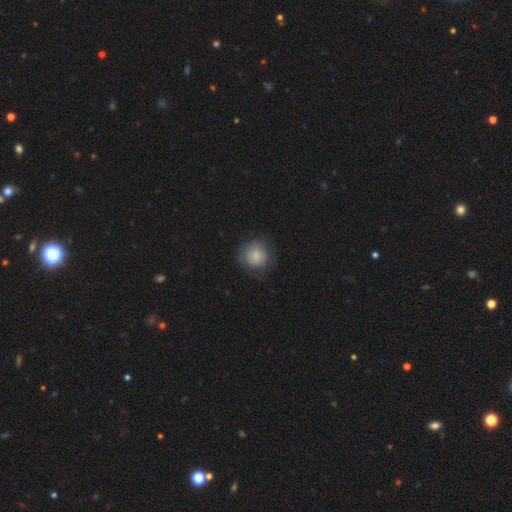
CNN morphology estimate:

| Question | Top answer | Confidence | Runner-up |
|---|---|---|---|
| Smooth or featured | smooth | 81% | featured or disk (11%) |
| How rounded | round | 88% | in between (11%) |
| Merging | none | 78% | minor disturbance (15%) |